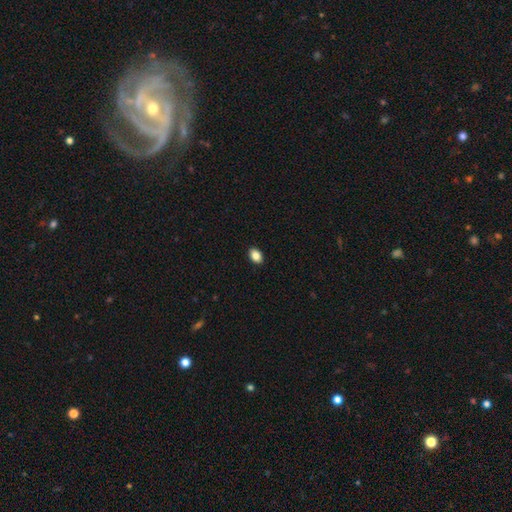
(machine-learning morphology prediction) smooth 86%, star or artifact 9%, featured or disk 5%. Down the decision tree: how rounded — in between (79%); merging — none (91%).